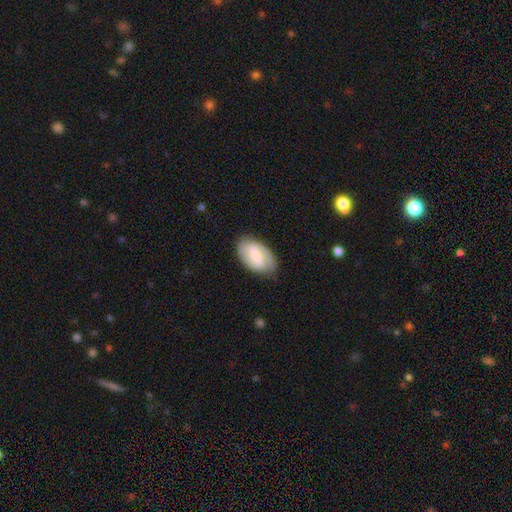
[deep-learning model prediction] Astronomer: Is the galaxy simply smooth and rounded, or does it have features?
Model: featured or disk — 60%.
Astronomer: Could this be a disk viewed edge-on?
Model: no — 96%.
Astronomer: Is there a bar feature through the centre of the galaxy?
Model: weak — 50% (runner-up: strong, 31%).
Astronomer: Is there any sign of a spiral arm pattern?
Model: yes — 86%.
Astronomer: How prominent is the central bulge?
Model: small — 51% (runner-up: moderate, 34%).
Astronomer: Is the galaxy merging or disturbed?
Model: none — 81%.